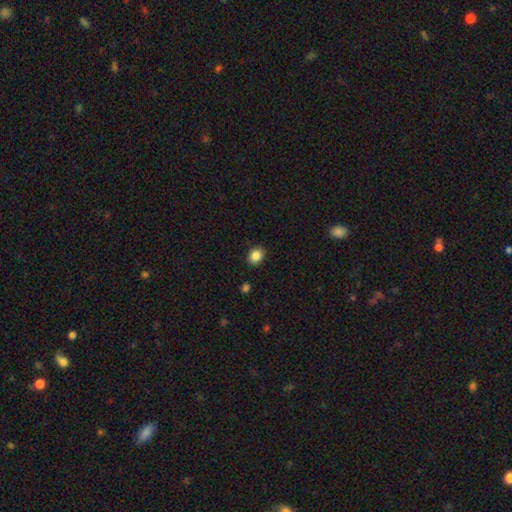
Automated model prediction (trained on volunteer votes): Morphology: type=smooth (86%); roundness=in between (50%); merging=none (90%).